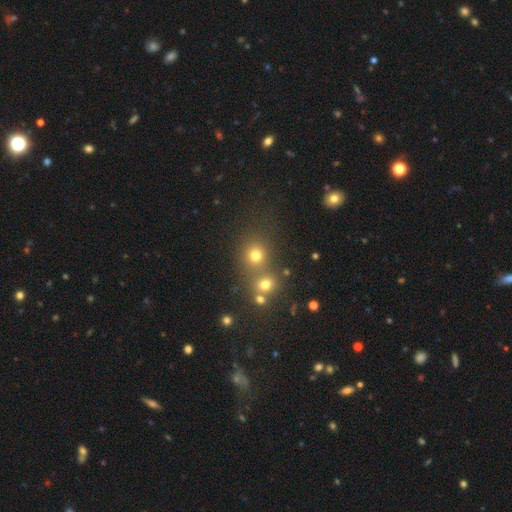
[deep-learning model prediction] Morphology: type=smooth (73%); roundness=round (85%); merging=none (57%).